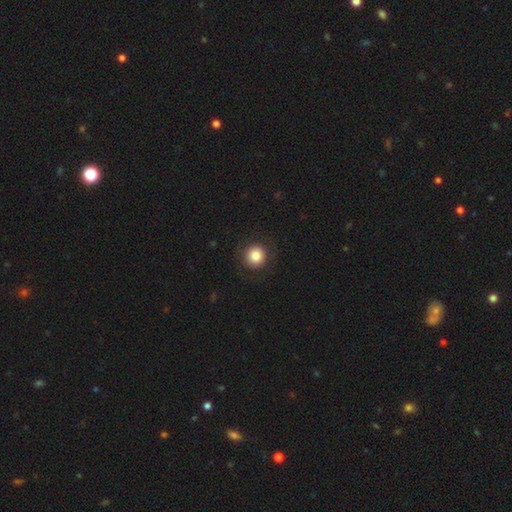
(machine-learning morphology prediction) Q: Smooth or featured?
A: smooth (84%); runner-up: star or artifact (9%)
Q: How rounded?
A: round (95%); runner-up: in between (5%)
Q: Merging?
A: none (90%); runner-up: minor disturbance (6%)